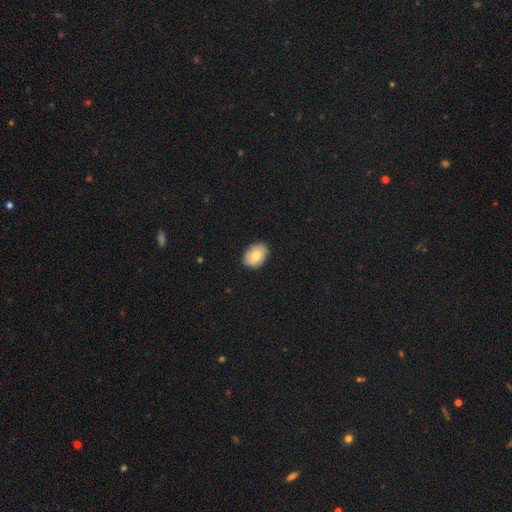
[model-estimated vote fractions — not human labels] This appears to be a smooth galaxy with no disk features (73%) that is in between round and cigar-shaped (72%). Merging: none (83%).